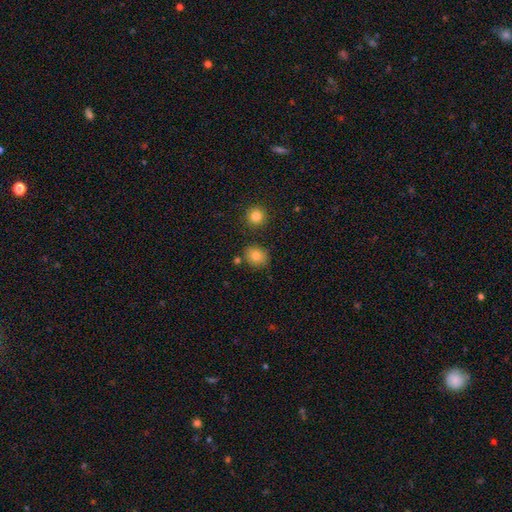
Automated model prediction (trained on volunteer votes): A smooth galaxy with no disk features (80%) that is round (68%). Merging: none (79%).